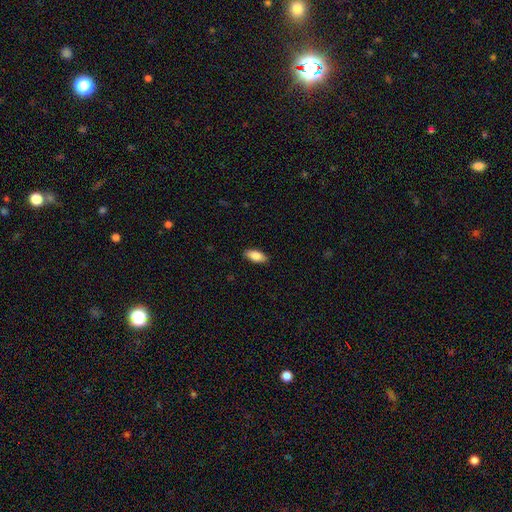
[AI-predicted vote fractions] This appears to be a smooth galaxy with no disk features (86%) that is in between round and cigar-shaped (87%). Merging: none (89%).